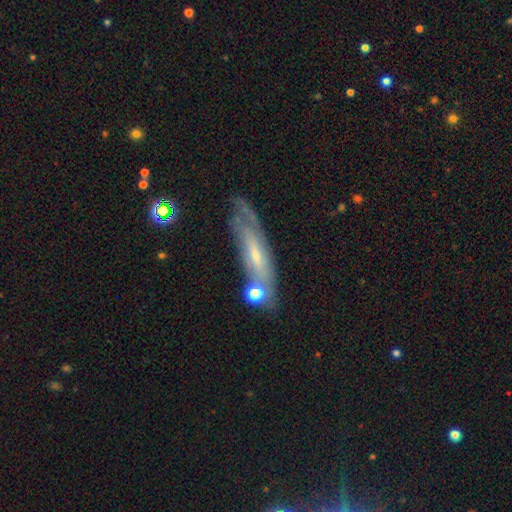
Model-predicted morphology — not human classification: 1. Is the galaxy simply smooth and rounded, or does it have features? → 62% featured or disk, 29% smooth, 8% star or artifact.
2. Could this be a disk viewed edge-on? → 57% no, 43% yes.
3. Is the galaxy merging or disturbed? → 62% none, 21% minor disturbance, 9% major disturbance, 8% merger.